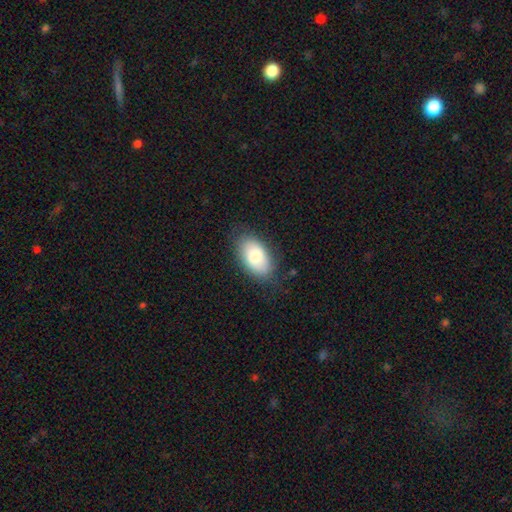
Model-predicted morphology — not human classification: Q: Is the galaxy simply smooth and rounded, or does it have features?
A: smooth — 77%.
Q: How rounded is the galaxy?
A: in between — 93%.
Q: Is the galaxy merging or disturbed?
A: none — 81%.